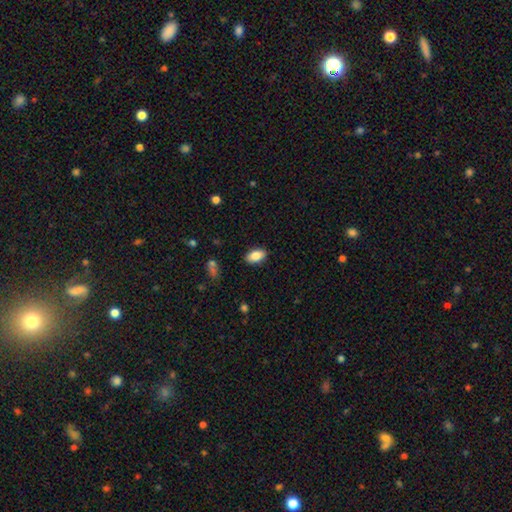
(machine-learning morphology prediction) smooth 85%, featured or disk 8%, star or artifact 7%. Down the decision tree: how rounded — in between (91%); merging — none (88%).